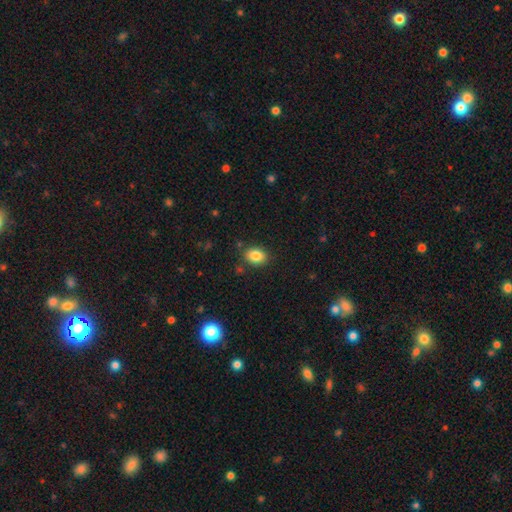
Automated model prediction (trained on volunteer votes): A smooth galaxy with no disk features (85%) that is in between round and cigar-shaped (65%).

Vote fractions:
- Smooth or featured? smooth: 85% / star or artifact: 9% / featured or disk: 6%
- How rounded? in between: 65% / round: 34% / cigar-shaped: 1%
- Merging? none: 84% / minor disturbance: 10% / merger: 3% / major disturbance: 3%